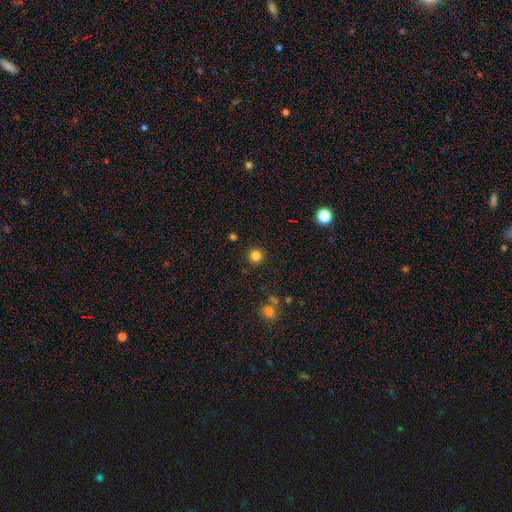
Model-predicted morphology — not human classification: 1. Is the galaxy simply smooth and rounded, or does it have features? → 83% smooth, 13% star or artifact, 4% featured or disk.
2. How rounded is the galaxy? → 94% round, 5% in between, 1% cigar-shaped.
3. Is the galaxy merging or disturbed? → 91% none, 5% minor disturbance, 2% major disturbance, 2% merger.